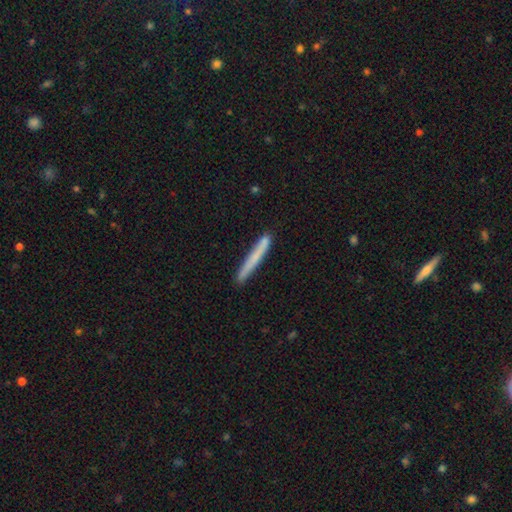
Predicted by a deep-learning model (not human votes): Morphology: type=smooth (66%); roundness=cigar-shaped (97%); merging=none (87%).